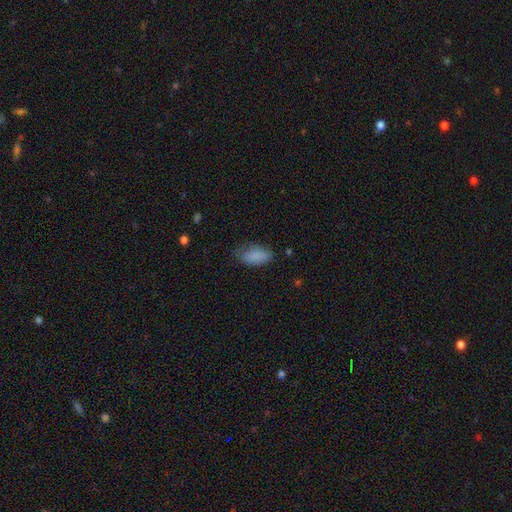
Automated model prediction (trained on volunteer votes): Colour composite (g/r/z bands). It shows a smooth galaxy with no disk features (86%) that is in between round and cigar-shaped (92%). Merging: none (65%).